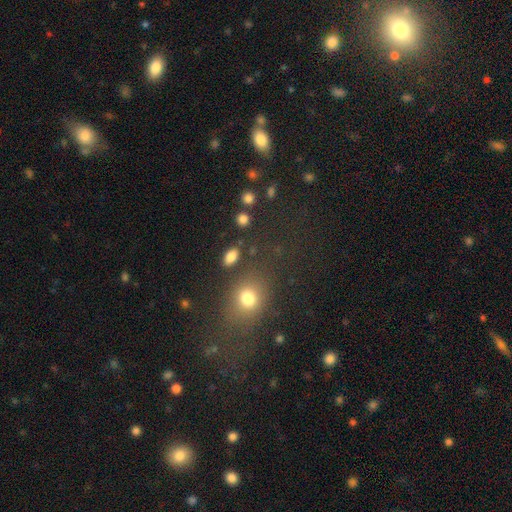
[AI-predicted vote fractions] This appears to be a smooth galaxy with no disk features (55%) that is round (61%). Merging: none (75%).